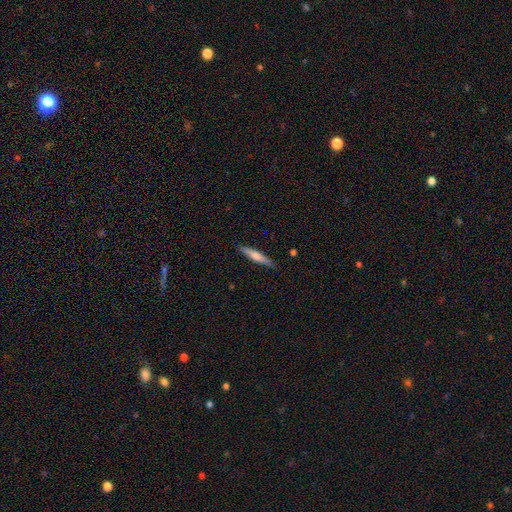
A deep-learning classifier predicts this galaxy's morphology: smooth 48%, featured or disk 46%, star or artifact 6%. Down the decision tree: merging — none (89%).